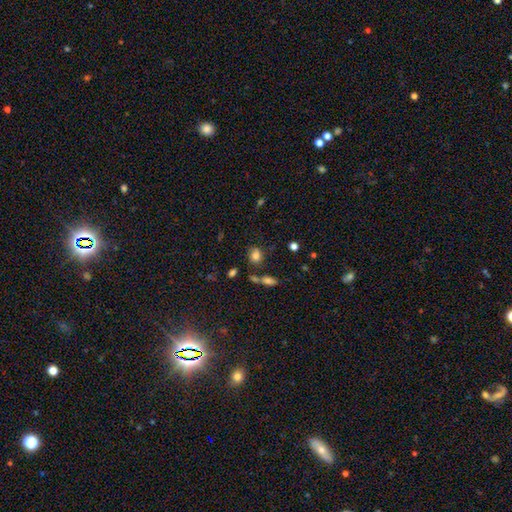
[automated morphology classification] A smooth galaxy with no disk features (80%) that is round (53%).

Vote fractions:
- Smooth or featured? smooth: 80% / star or artifact: 12% / featured or disk: 8%
- How rounded? round: 53% / in between: 45% / cigar-shaped: 2%
- Merging? none: 65% / minor disturbance: 17% / merger: 12% / major disturbance: 6%